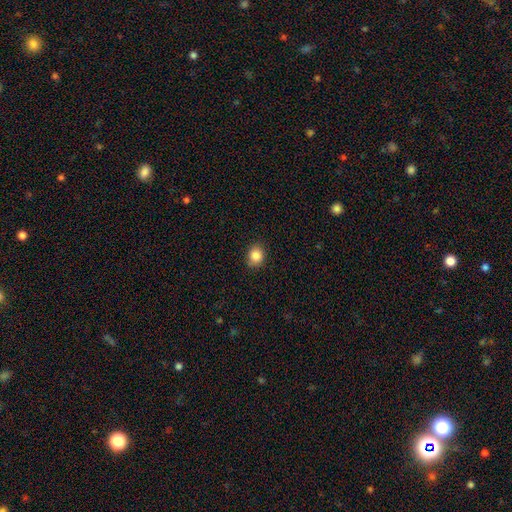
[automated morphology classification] The model was most divided on "how rounded": round: 70%, in between: 30%, cigar-shaped: 1%. More confident: smooth or featured — smooth (85%); merging — none (83%).